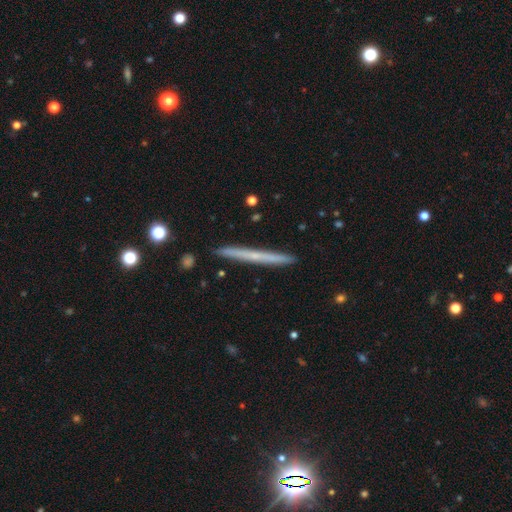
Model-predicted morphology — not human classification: The model was most divided on "smooth or featured": featured or disk: 50%, smooth: 44%, star or artifact: 6%. More confident: edge-on disk — yes (97%); merging — none (91%).